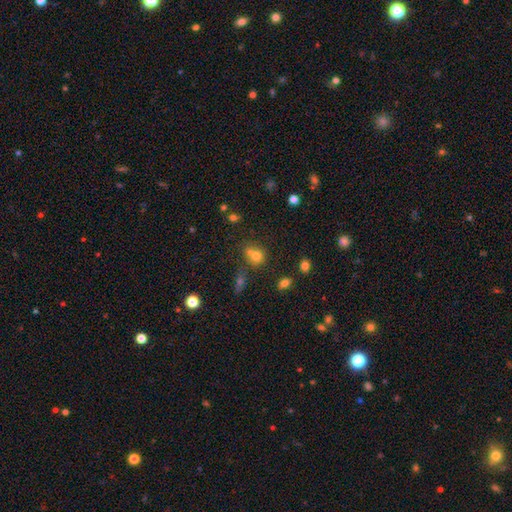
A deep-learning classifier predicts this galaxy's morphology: The model was most divided on "merging": none: 44%, merger: 42%, minor disturbance: 10%, major disturbance: 4%. More confident: how rounded — round (76%); smooth or featured — smooth (71%).